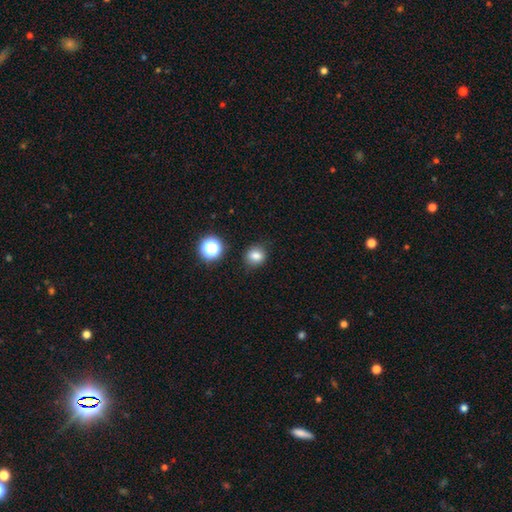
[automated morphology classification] smooth-or-featured: smooth: 80% | star or artifact: 14% | featured or disk: 6%
  how-rounded: round: 72% | in between: 27% | cigar-shaped: 1%
  merging: none: 84% | minor disturbance: 11% | major disturbance: 3% | merger: 2%